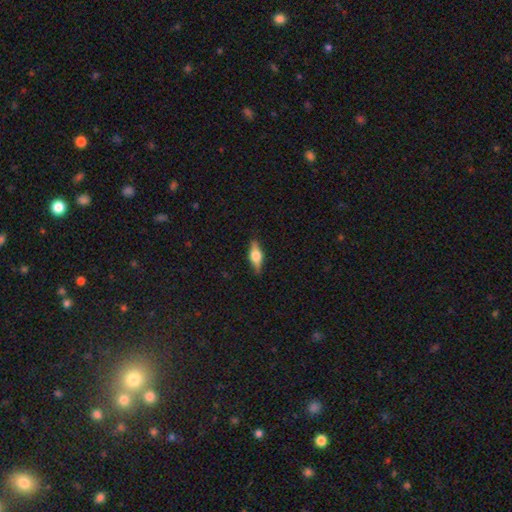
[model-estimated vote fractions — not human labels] This appears to be a featured or disk galaxy (52%) viewed edge-on (93%). Merging: none (85%).